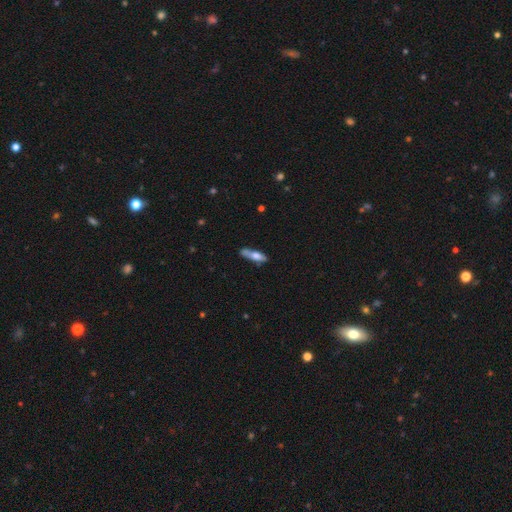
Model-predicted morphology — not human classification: Q: Smooth or featured?
A: smooth (61%); runner-up: featured or disk (32%)
Q: How rounded?
A: cigar-shaped (63%); runner-up: in between (34%)
Q: Merging?
A: none (59%); runner-up: minor disturbance (25%)